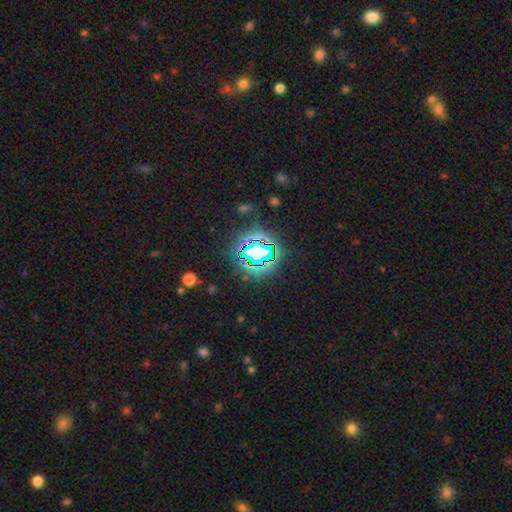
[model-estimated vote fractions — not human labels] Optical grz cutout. It shows a star or artifact, not a galaxy (80%).